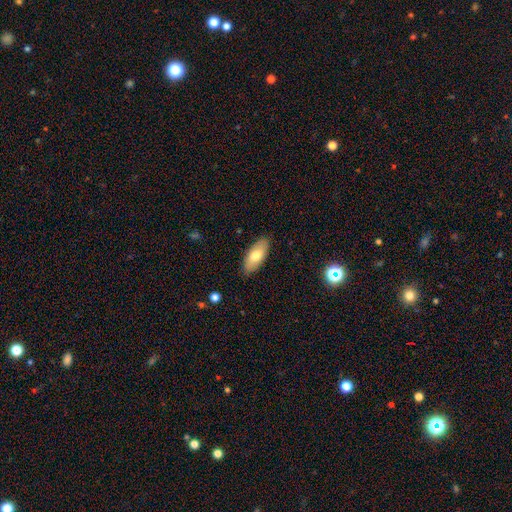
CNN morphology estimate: Smooth or featured? smooth (73%)
How rounded? in between (85%)
Merging? none (87%)